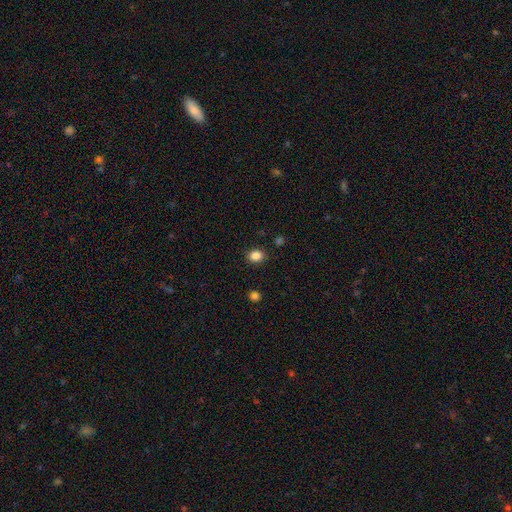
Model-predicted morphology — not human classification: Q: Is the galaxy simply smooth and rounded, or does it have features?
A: smooth — 85%.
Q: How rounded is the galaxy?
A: round — 59%.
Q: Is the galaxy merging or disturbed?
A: none — 87%.